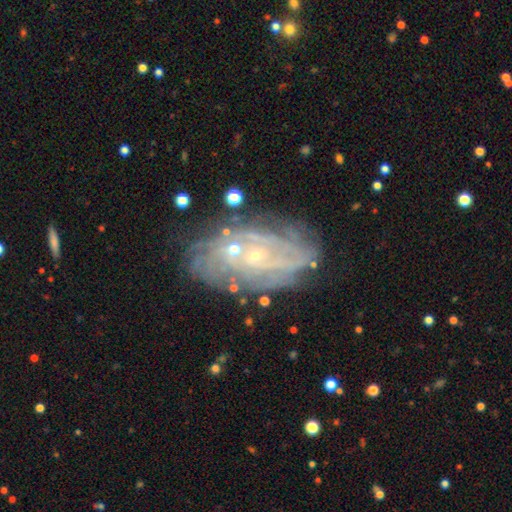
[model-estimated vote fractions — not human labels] A featured or disk galaxy (81%) with no bar (72%), tight (69%) spiral arms (91%) and a small central bulge (85%). Merging: none (71%).